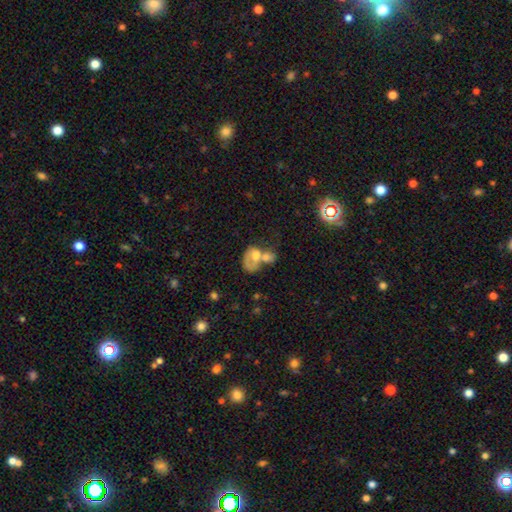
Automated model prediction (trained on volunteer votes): Morphology: type=smooth (53%); roundness=in between (72%); merging=merger (68%).